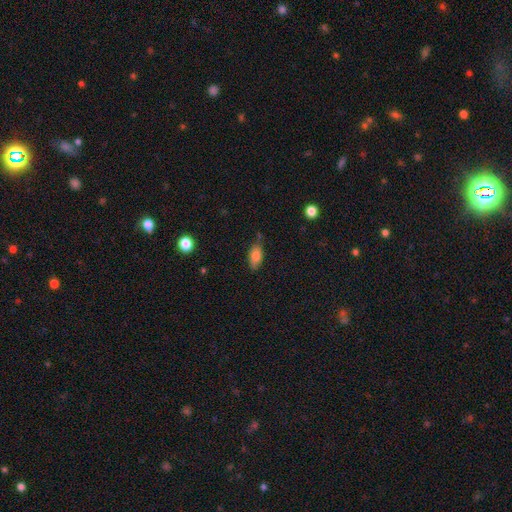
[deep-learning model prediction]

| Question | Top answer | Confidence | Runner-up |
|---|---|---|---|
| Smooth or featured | smooth | 78% | featured or disk (13%) |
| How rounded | in between | 86% | cigar-shaped (10%) |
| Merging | none | 69% | minor disturbance (23%) |